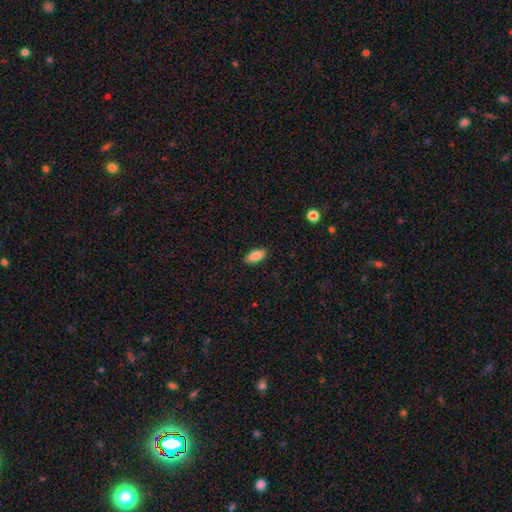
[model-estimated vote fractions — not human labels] Smooth or featured: smooth — 88% (star or artifact — 7%)
How rounded: in between — 89% (cigar-shaped — 9%)
Merging: none — 87% (minor disturbance — 10%)